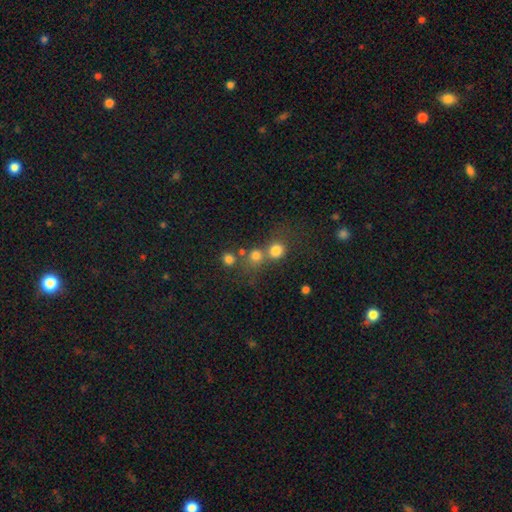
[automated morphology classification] This is likely a smooth galaxy (74%). How rounded: clearly round (86%). Merging: possibly none (52%).